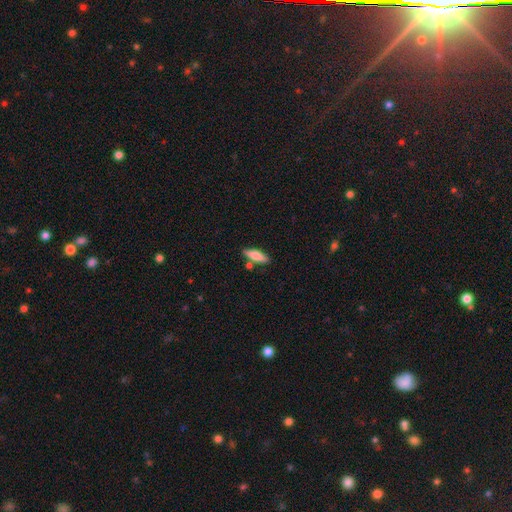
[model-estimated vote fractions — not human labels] The model was most divided on "how rounded": cigar-shaped: 53%, in between: 45%, round: 2%. More confident: merging — none (77%); smooth or featured — smooth (73%).